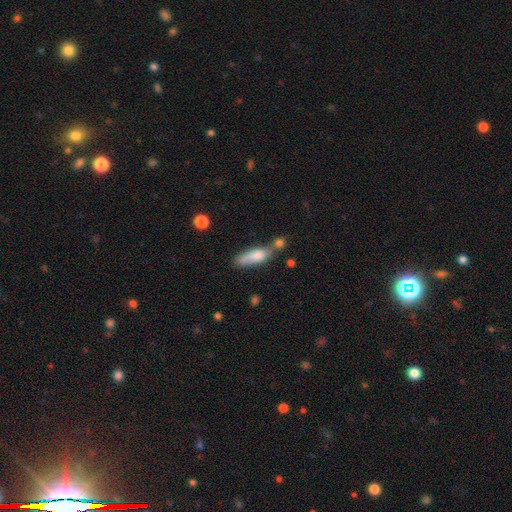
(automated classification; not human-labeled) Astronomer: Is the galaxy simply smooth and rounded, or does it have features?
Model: smooth — 76%.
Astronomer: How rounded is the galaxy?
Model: in between — 49% (runner-up: cigar-shaped, 48%).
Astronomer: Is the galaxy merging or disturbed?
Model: none — 46% (runner-up: merger, 23%).